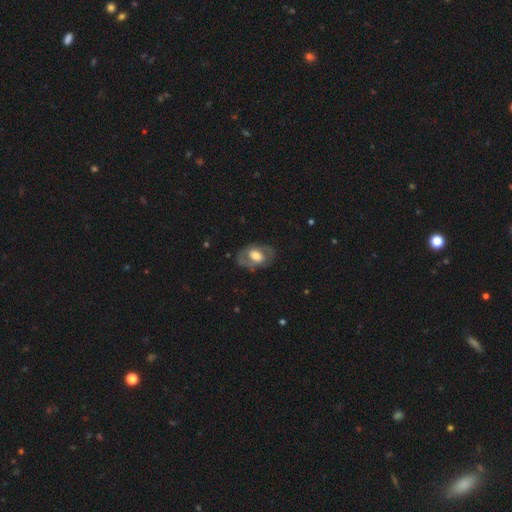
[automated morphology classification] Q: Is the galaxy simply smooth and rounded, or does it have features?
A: featured or disk — 52%.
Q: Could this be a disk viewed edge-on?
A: no — 93%.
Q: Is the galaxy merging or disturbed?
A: none — 70%.